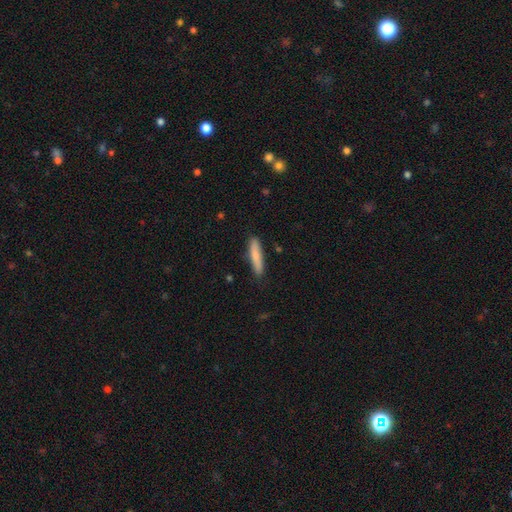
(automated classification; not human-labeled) Smooth or featured: smooth — 78% (featured or disk — 17%)
How rounded: cigar-shaped — 87% (in between — 11%)
Merging: none — 87% (minor disturbance — 10%)